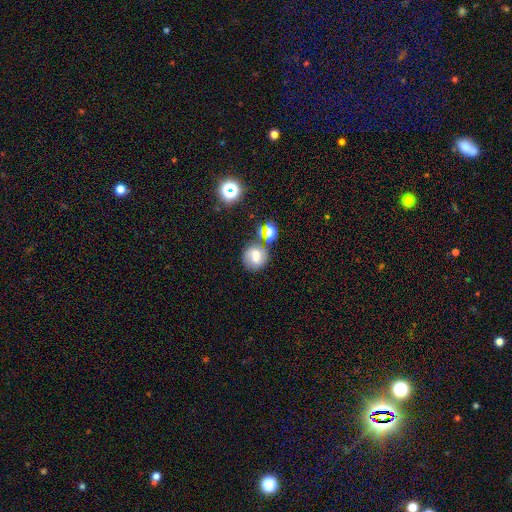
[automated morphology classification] Smooth or featured?
  - smooth: 51% *
  - featured or disk: 34%
  - star or artifact: 14%
How rounded?
  - round: 78% *
  - in between: 20%
  - cigar-shaped: 1%
Merging?
  - none: 60% *
  - merger: 17%
  - minor disturbance: 15%
  - major disturbance: 7%